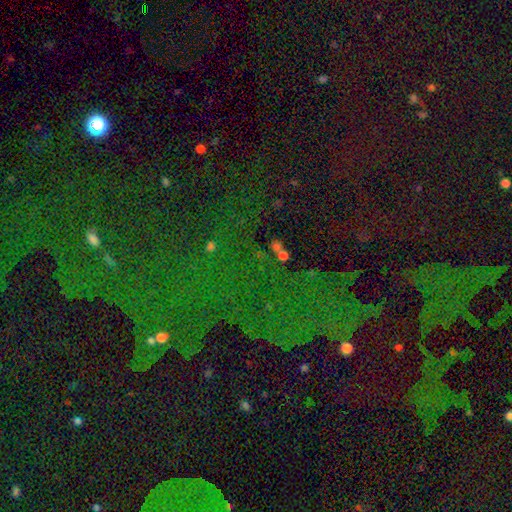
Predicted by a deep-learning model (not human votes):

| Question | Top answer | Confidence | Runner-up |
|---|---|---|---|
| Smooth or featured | star or artifact | 79% | smooth (12%) |